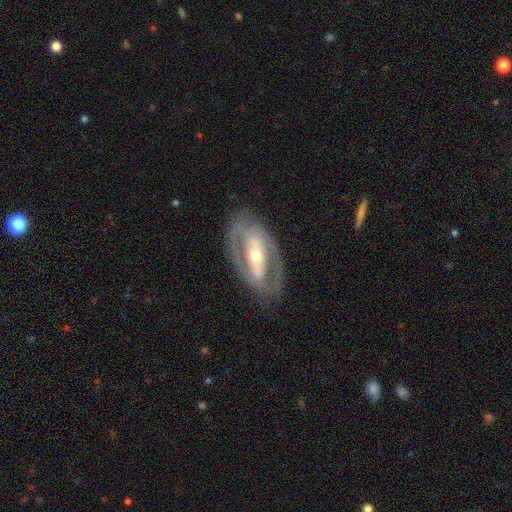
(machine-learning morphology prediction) featured or disk 80%, smooth 15%, star or artifact 5%. Down the decision tree: edge-on disk — no (91%); bar — strong (52%); spiral arms — yes (58%); bulge size — moderate (56%); merging — none (79%).